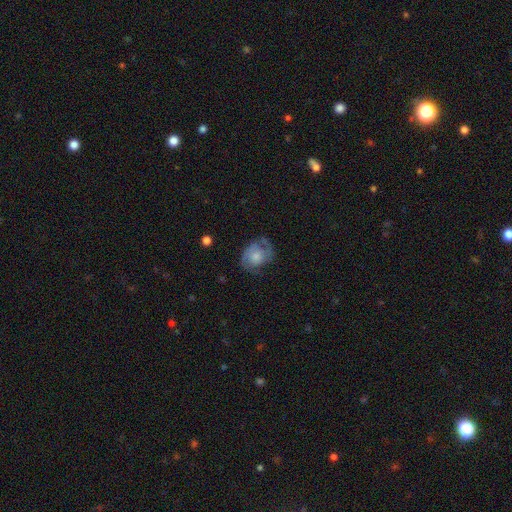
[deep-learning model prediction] The model was most divided on "bulge size": moderate: 35%, small: 28%, large: 19%, none: 15%, dominant: 3%. More confident: edge-on disk — no (97%); bar — no (79%); spiral arms — yes (77%); smooth or featured — featured or disk (52%); merging — none (52%).